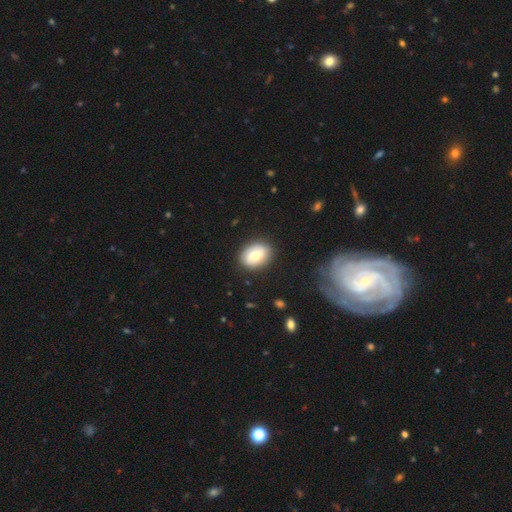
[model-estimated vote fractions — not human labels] A smooth galaxy with no disk features (68%) that is in between round and cigar-shaped (61%). Merging: none (86%).